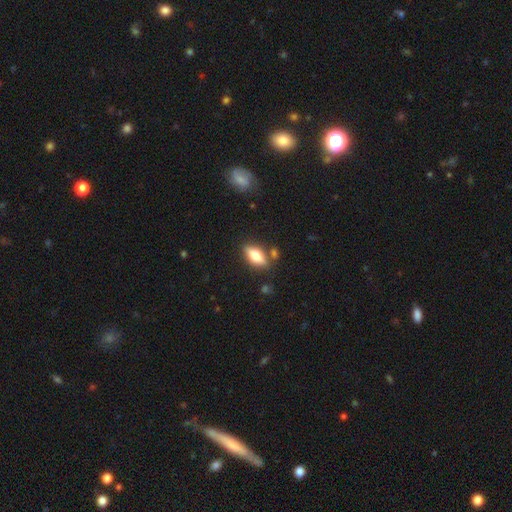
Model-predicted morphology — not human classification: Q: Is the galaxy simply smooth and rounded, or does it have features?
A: smooth — 70%.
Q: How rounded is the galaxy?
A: in between — 81%.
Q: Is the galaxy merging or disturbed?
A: none — 78%.